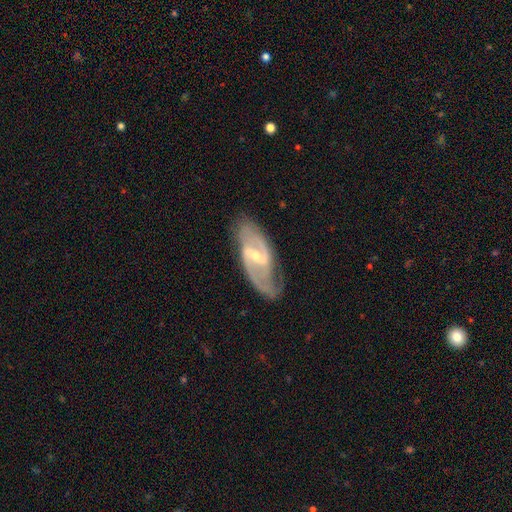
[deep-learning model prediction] Smooth or featured?
  - featured or disk: 89% *
  - smooth: 6%
  - star or artifact: 5%
Edge-on disk?
  - no: 94% *
  - yes: 6%
Bar?
  - strong: 47% *
  - weak: 43%
  - no: 10%
Spiral arms?
  - yes: 96% *
  - no: 4%
Spiral winding?
  - medium: 54% *
  - loose: 24%
  - tight: 21%
Spiral arm count?
  - 2: 89% *
  - can't tell: 5%
  - 3: 2%
  - 1: 2%
  - 4: 1%
  - more than 4: 1%
Bulge size?
  - small: 64% *
  - moderate: 32%
  - none: 2%
  - large: 1%
  - dominant: 1%
Merging?
  - none: 77% *
  - minor disturbance: 16%
  - major disturbance: 5%
  - merger: 1%